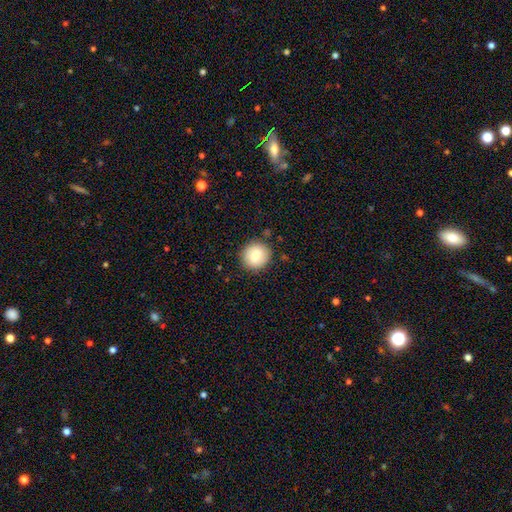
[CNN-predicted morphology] type=smooth (79%); roundness=round (90%); merging=none (87%).